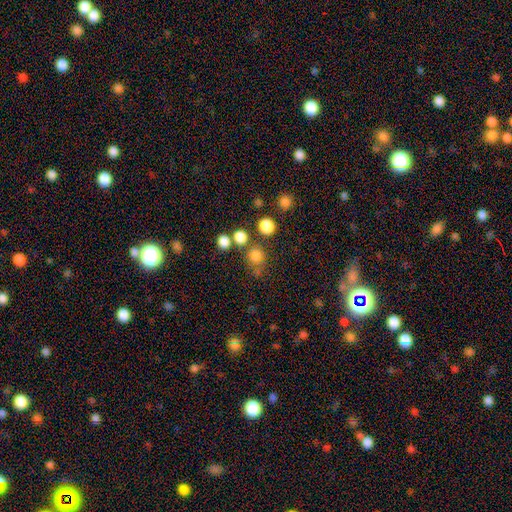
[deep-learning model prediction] smooth 78%, star or artifact 16%, featured or disk 6%. Down the decision tree: how rounded — round (89%); merging — none (69%).